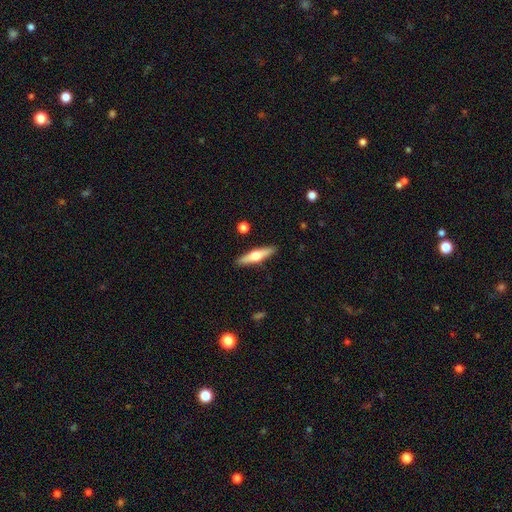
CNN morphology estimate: This appears to be a featured or disk galaxy (53%) viewed edge-on (94%). Merging: none (90%).